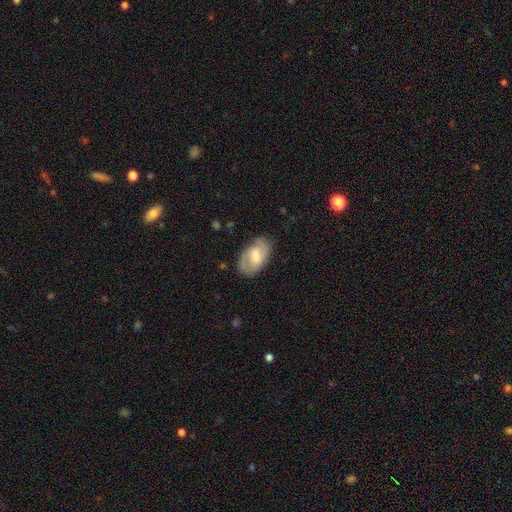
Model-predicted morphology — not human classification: type=featured or disk (53%); edge-on=no (94%); merging=none (78%).